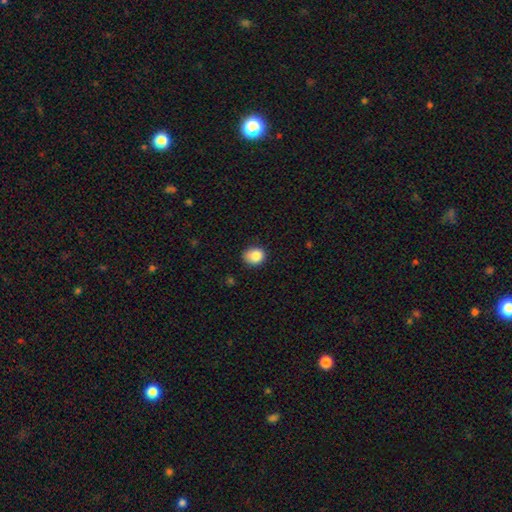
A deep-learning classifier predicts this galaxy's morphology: This is clearly a smooth galaxy (86%). How rounded: likely round (66%). Merging: likely none (76%).